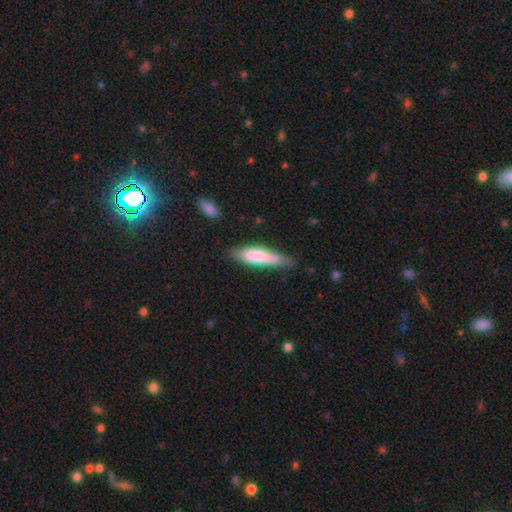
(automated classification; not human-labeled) Q: Smooth or featured?
A: smooth (73%); runner-up: featured or disk (22%)
Q: How rounded?
A: cigar-shaped (71%); runner-up: in between (28%)
Q: Merging?
A: none (68%); runner-up: minor disturbance (25%)